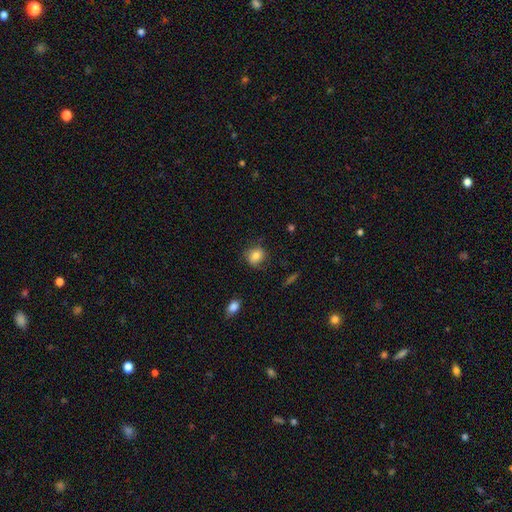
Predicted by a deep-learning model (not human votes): Smooth or featured? smooth (79%)
How rounded? round (69%)
Merging? none (73%)